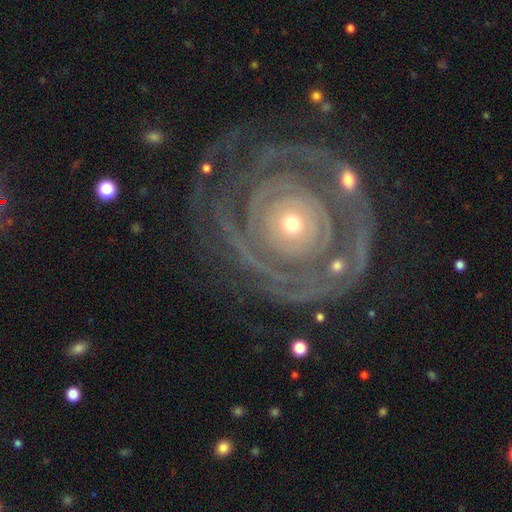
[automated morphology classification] A featured or disk galaxy (85%) with no bar (87%), tight (83%) spiral arms (83%) and a small central bulge (66%).

Vote fractions:
- Smooth or featured? featured or disk: 85% / smooth: 9% / star or artifact: 6%
- Edge-on disk? no: 96% / yes: 4%
- Bar? no: 87% / weak: 8% / strong: 5%
- Spiral arms? yes: 83% / no: 17%
- Spiral winding? tight: 83% / medium: 13% / loose: 5%
- Spiral arm count? can't tell: 35% / 2: 21% / 3: 15% / 4: 11% / more than 4: 9% / 1: 9%
- Bulge size? small: 66% / moderate: 29% / large: 3% / dominant: 1% / none: 1%
- Merging? none: 71% / minor disturbance: 15% / major disturbance: 12% / merger: 2%